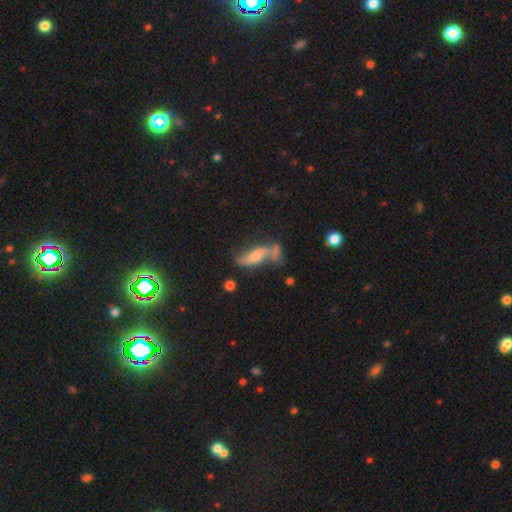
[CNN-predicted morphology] Smooth or featured: featured or disk — 60% (smooth — 32%)
Edge-on disk: no — 75% (yes — 25%)
Merging: none — 38% (merger — 24%)